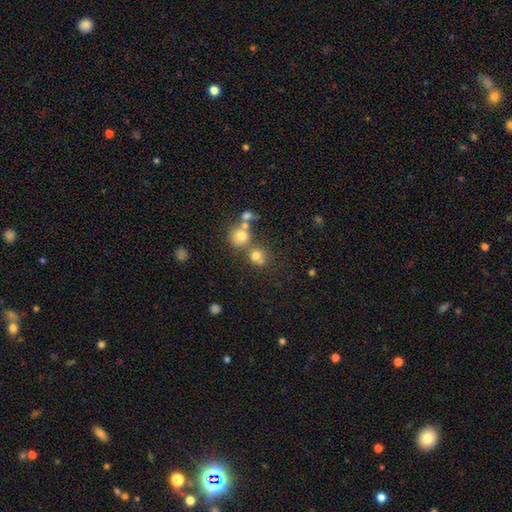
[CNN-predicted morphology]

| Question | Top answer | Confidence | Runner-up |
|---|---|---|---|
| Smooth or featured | smooth | 71% | star or artifact (17%) |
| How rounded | round | 85% | in between (14%) |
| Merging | none | 51% | merger (36%) |